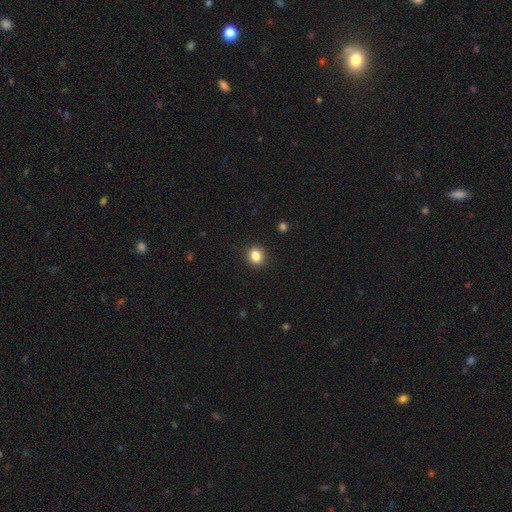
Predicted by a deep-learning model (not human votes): smooth-or-featured: smooth: 85% | star or artifact: 10% | featured or disk: 5%
  how-rounded: round: 50% | in between: 48% | cigar-shaped: 1%
  merging: none: 89% | minor disturbance: 8% | major disturbance: 2% | merger: 1%